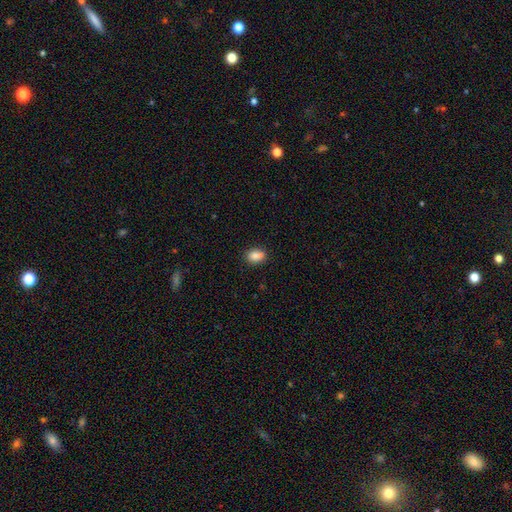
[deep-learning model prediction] smooth_or_featured: smooth (p=0.86) [alt: star or artifact p=0.09]
how_rounded: in between (p=0.75) [alt: round p=0.24]
merging: none (p=0.79) [alt: minor disturbance p=0.14]